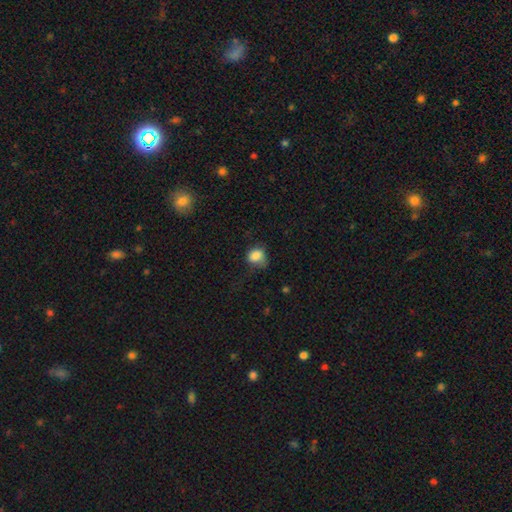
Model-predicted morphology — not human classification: This appears to be a smooth galaxy with no disk features (83%) that is round (55%). Merging: none (47%).